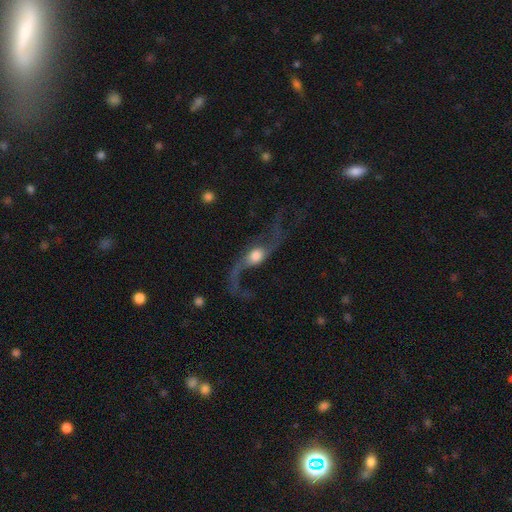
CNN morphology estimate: Q: Smooth or featured?
A: featured or disk (81%); runner-up: smooth (13%)
Q: Edge-on disk?
A: no (86%); runner-up: yes (14%)
Q: Bar?
A: no (62%); runner-up: weak (26%)
Q: Spiral arms?
A: yes (92%); runner-up: no (8%)
Q: Spiral winding?
A: loose (92%); runner-up: medium (6%)
Q: Spiral arm count?
A: 2 (92%); runner-up: 1 (3%)
Q: Bulge size?
A: moderate (39%); runner-up: large (38%)
Q: Merging?
A: none (52%); runner-up: major disturbance (30%)